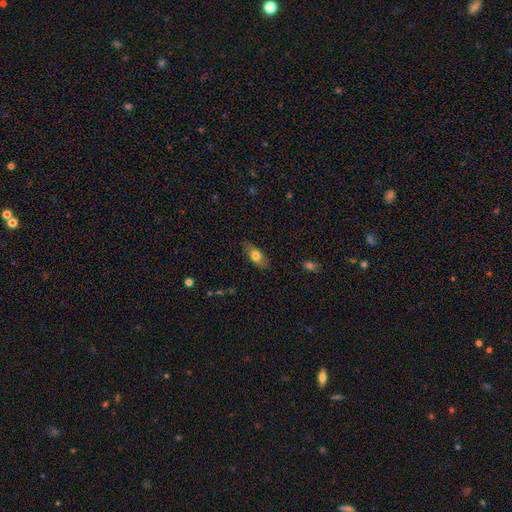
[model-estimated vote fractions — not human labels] Morphology: type=smooth (73%); roundness=in between (79%); merging=none (81%).